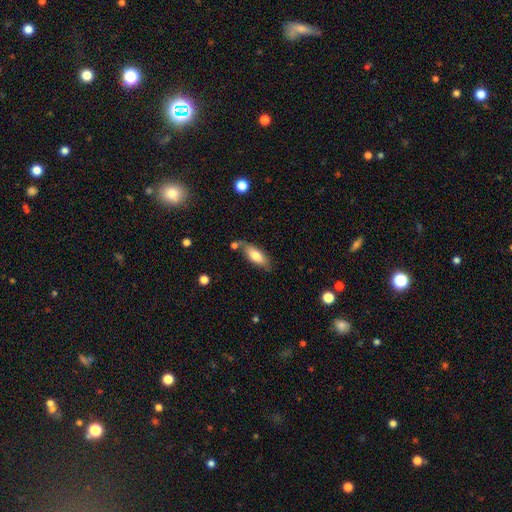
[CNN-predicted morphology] smooth-or-featured: smooth: 72% | featured or disk: 22% | star or artifact: 6%
  how-rounded: in between: 74% | cigar-shaped: 24% | round: 2%
  merging: none: 65% | minor disturbance: 19% | merger: 11% | major disturbance: 5%